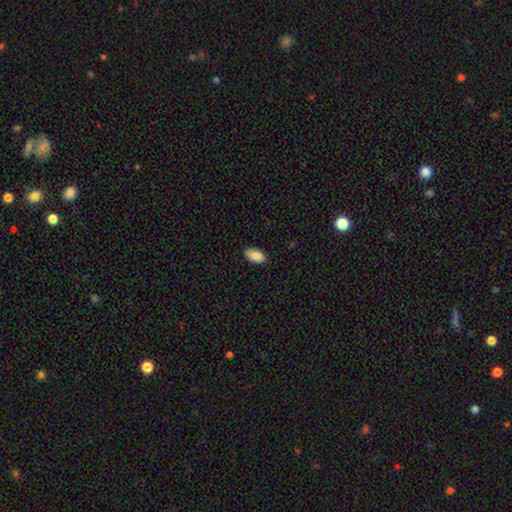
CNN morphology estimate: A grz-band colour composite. It shows a smooth galaxy with no disk features (90%) that is in between round and cigar-shaped (93%). Merging: none (84%).